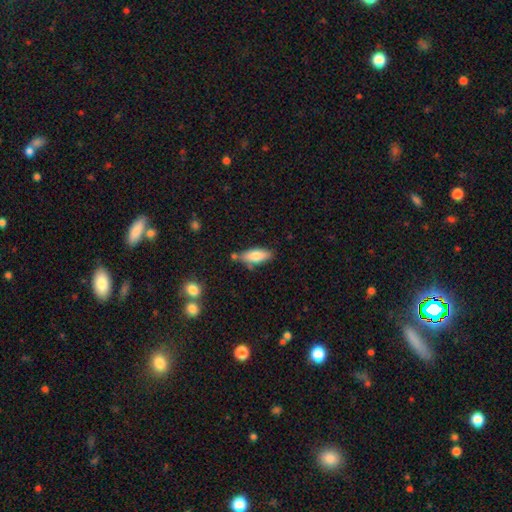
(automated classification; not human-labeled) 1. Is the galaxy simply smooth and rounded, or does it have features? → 77% smooth, 17% featured or disk, 7% star or artifact.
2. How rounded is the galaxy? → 74% in between, 24% cigar-shaped, 2% round.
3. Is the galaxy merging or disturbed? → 69% none, 19% minor disturbance, 8% merger, 4% major disturbance.